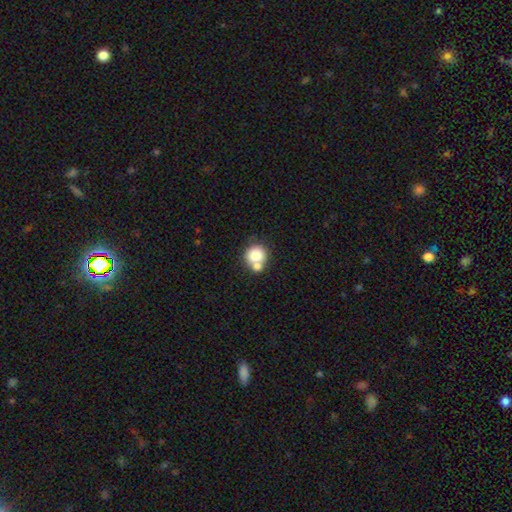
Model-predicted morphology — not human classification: Smooth or featured? smooth (79%)
How rounded? round (85%)
Merging? none (45%)